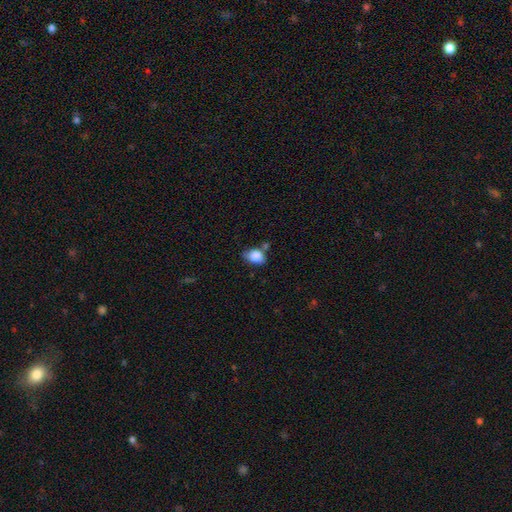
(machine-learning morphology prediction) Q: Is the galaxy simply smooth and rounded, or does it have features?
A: smooth — 84%.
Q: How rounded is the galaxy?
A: in between — 76%.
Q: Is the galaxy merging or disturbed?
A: none — 60%.